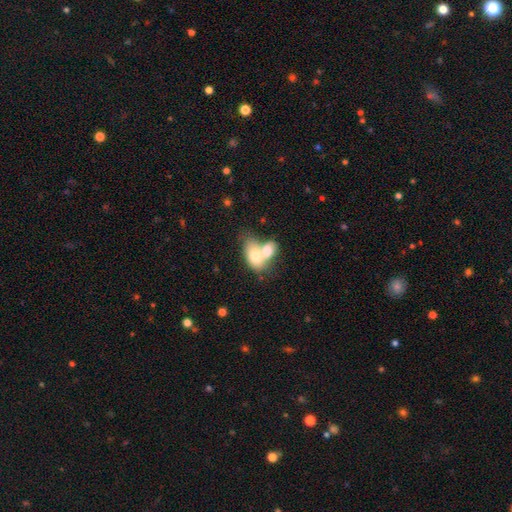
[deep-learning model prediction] A smooth galaxy with no disk features (69%) that is in between round and cigar-shaped (82%). Merging: merger (75%).